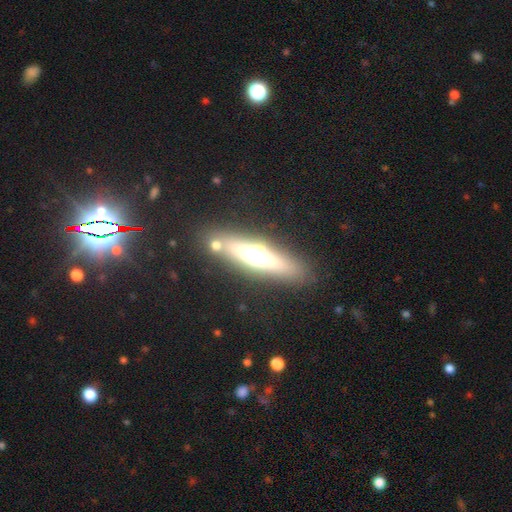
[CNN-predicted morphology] featured or disk 54%, smooth 38%, star or artifact 9%. Down the decision tree: edge-on disk — yes (87%); merging — none (81%).